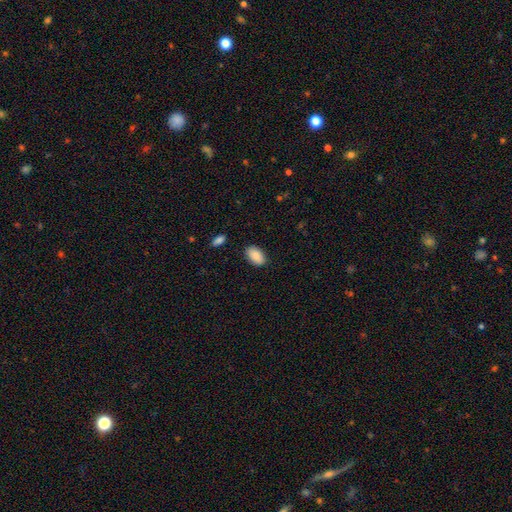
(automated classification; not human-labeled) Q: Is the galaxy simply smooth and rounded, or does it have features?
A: smooth — 90%.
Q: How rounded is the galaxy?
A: in between — 93%.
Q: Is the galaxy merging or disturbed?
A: none — 87%.